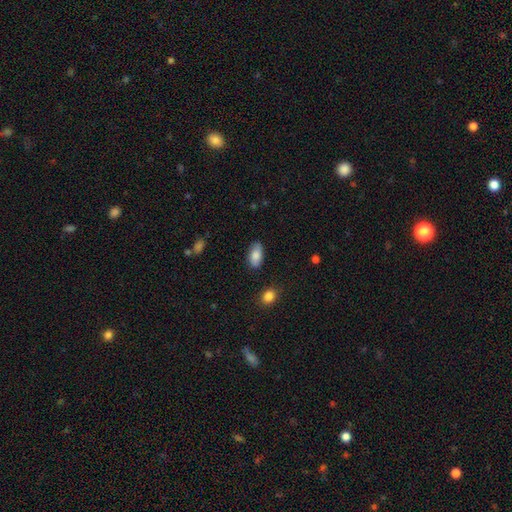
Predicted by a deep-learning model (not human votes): smooth_or_featured: smooth (p=0.82) [alt: featured or disk p=0.11]
how_rounded: in between (p=0.93) [alt: cigar-shaped p=0.04]
merging: none (p=0.82) [alt: minor disturbance p=0.13]